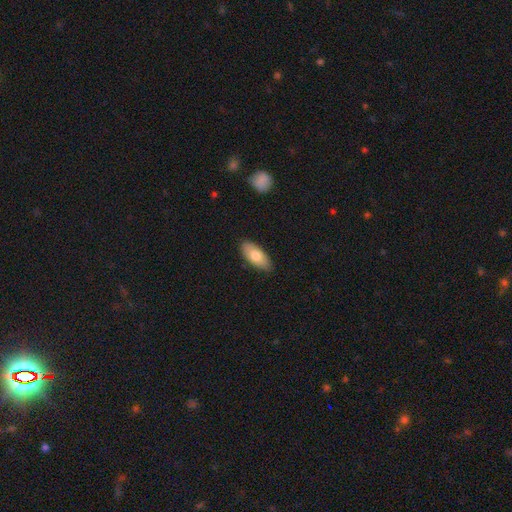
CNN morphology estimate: Smooth or featured? smooth (74%)
How rounded? in between (89%)
Merging? none (84%)